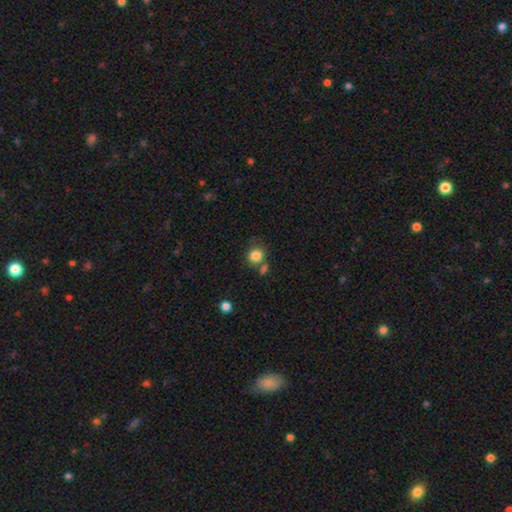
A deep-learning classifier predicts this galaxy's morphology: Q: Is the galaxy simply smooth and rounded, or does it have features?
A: smooth — 84%.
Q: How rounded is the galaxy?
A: round — 84%.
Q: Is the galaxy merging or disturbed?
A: none — 64%.